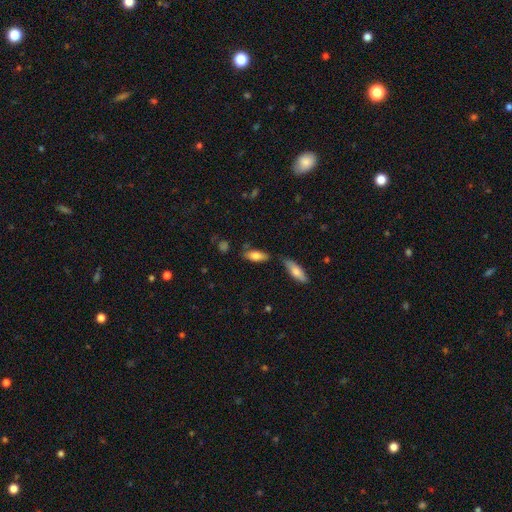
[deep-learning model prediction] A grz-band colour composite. It shows a smooth galaxy with no disk features (76%) that is in between round and cigar-shaped (72%). Merging: none (67%).